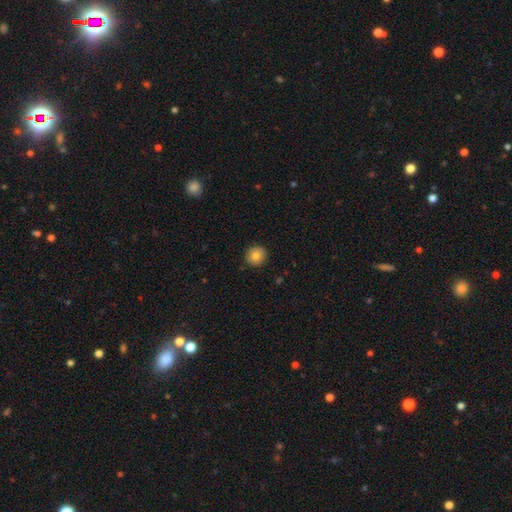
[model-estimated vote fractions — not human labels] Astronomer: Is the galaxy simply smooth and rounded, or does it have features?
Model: smooth — 81%.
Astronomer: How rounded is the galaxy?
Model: round — 94%.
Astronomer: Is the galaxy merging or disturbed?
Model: none — 91%.